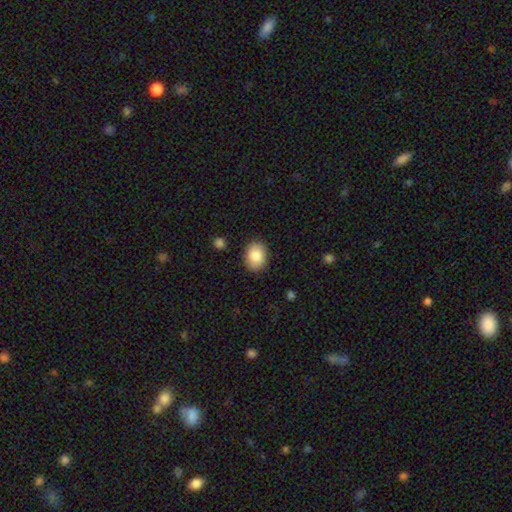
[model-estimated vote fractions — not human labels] The model was most divided on "how rounded": in between: 65%, round: 34%, cigar-shaped: 1%. More confident: merging — none (88%); smooth or featured — smooth (86%).